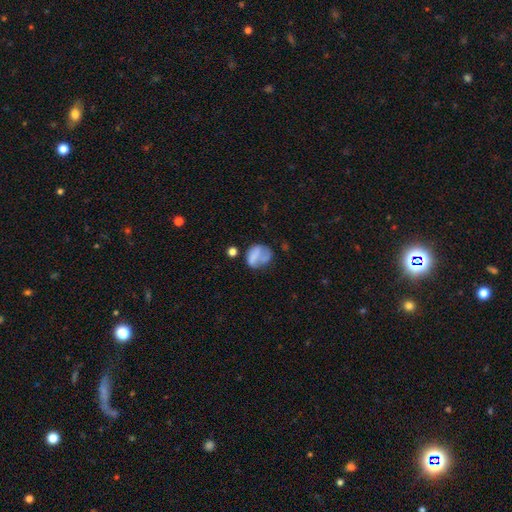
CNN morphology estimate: Smooth or featured?
  - smooth: 63% *
  - featured or disk: 28%
  - star or artifact: 10%
How rounded?
  - in between: 50% *
  - round: 48%
  - cigar-shaped: 1%
Merging?
  - none: 39% *
  - minor disturbance: 27%
  - major disturbance: 24%
  - merger: 10%